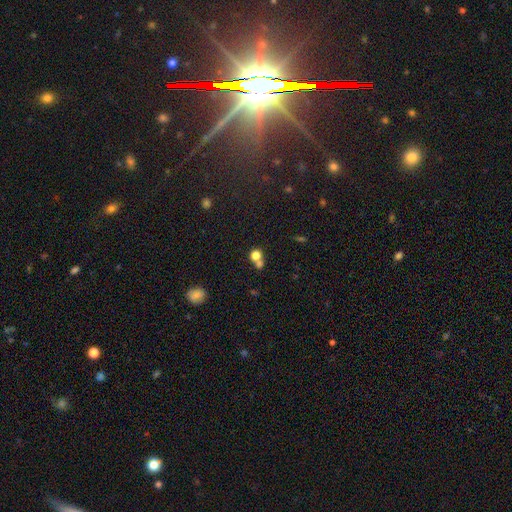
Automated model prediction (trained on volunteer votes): Smooth or featured? Predicted: smooth (p=0.77). How rounded? Predicted: round (p=0.77). Merging? Predicted: merger (p=0.52).